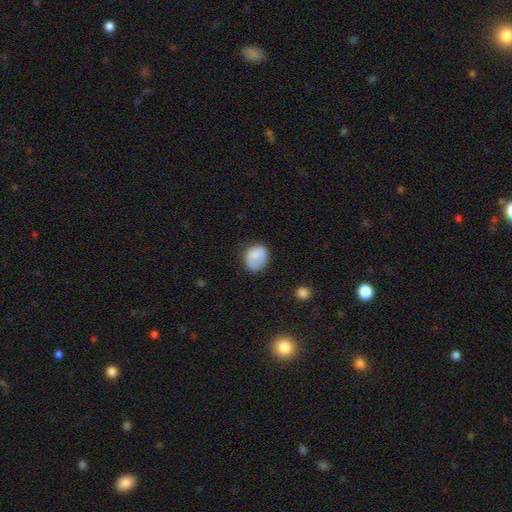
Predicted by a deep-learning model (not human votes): smooth_or_featured: smooth (p=0.79) [alt: featured or disk p=0.13]
how_rounded: round (p=0.56) [alt: in between p=0.43]
merging: none (p=0.59) [alt: minor disturbance p=0.27]